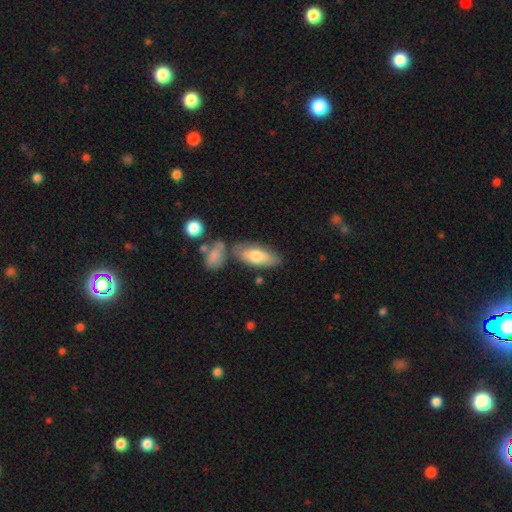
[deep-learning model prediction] Q: Smooth or featured?
A: smooth (70%); runner-up: featured or disk (25%)
Q: How rounded?
A: in between (81%); runner-up: cigar-shaped (16%)
Q: Merging?
A: none (62%); runner-up: minor disturbance (17%)